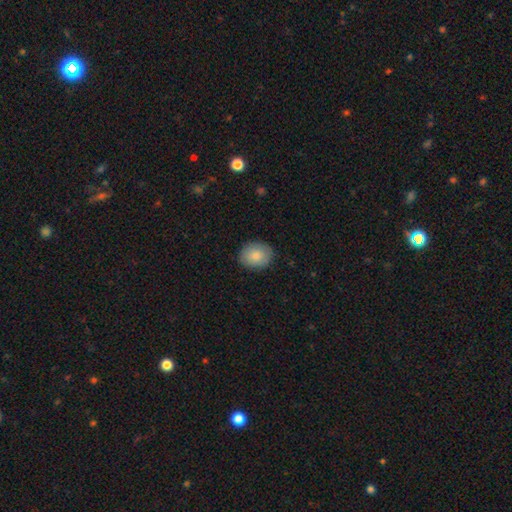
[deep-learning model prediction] This is clearly a smooth galaxy (85%). How rounded: possibly in between (52%). Merging: clearly none (87%).